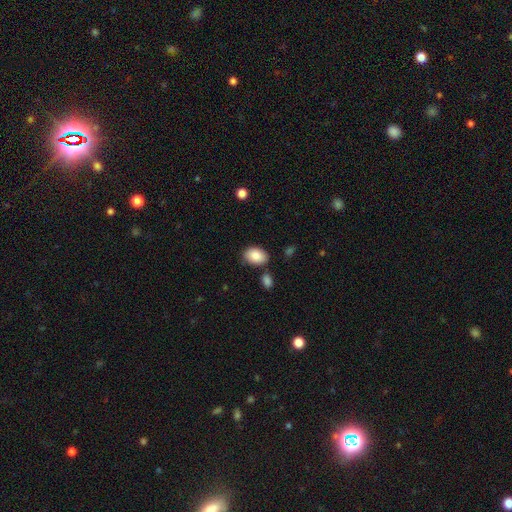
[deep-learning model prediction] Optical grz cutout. It shows a smooth galaxy with no disk features (87%) that is in between round and cigar-shaped (86%). Merging: none (78%).